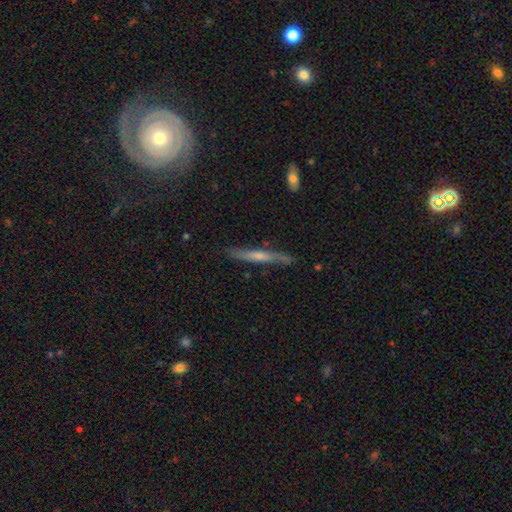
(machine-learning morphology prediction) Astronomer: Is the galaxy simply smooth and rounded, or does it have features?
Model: featured or disk — 60%.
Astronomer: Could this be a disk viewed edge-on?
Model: yes — 92%.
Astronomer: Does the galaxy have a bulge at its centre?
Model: rounded — 50% (runner-up: none, 40%).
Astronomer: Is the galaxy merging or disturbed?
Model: none — 80%.